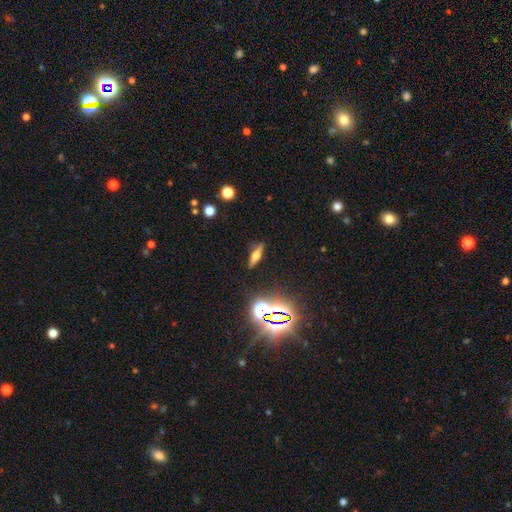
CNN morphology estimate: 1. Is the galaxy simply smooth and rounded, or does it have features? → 44% featured or disk, 40% smooth, 16% star or artifact.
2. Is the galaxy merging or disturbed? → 86% none, 9% minor disturbance, 3% major disturbance, 2% merger.